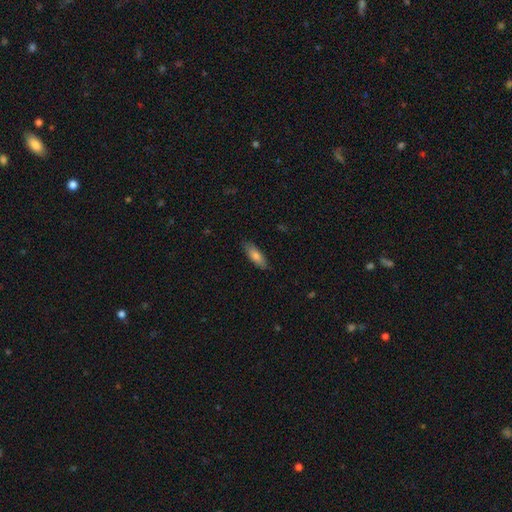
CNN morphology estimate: Smooth or featured? Predicted: smooth (p=0.76). How rounded? Predicted: in between (p=0.59). Merging? Predicted: none (p=0.86).